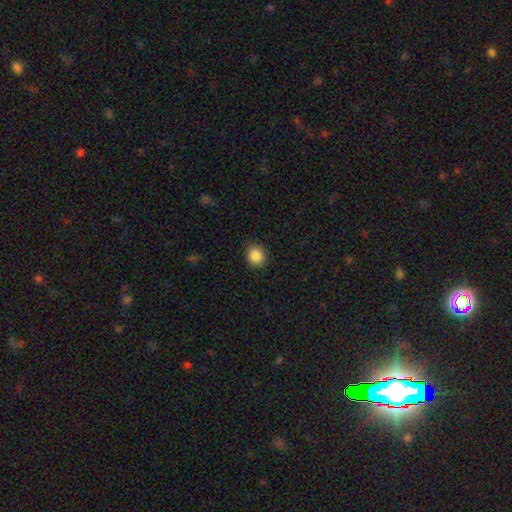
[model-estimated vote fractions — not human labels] Smooth or featured: smooth — 87% (star or artifact — 9%)
How rounded: round — 83% (in between — 16%)
Merging: none — 89% (minor disturbance — 8%)